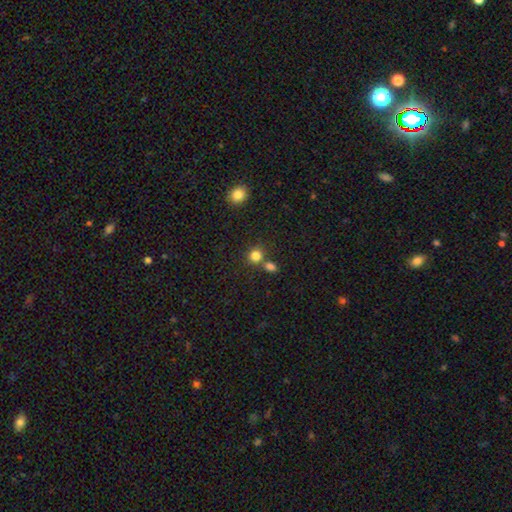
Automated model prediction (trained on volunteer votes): This appears to be a smooth galaxy with no disk features (81%) that is round (84%). Merging: none (66%).